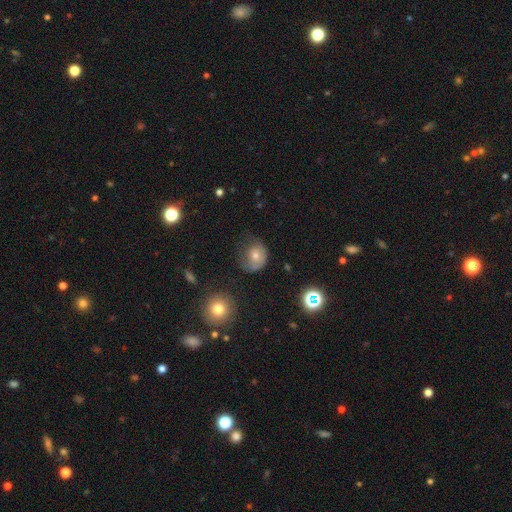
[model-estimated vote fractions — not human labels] This is possibly a smooth galaxy (54%). How rounded: likely round (72%). Merging: marginally none (45%).